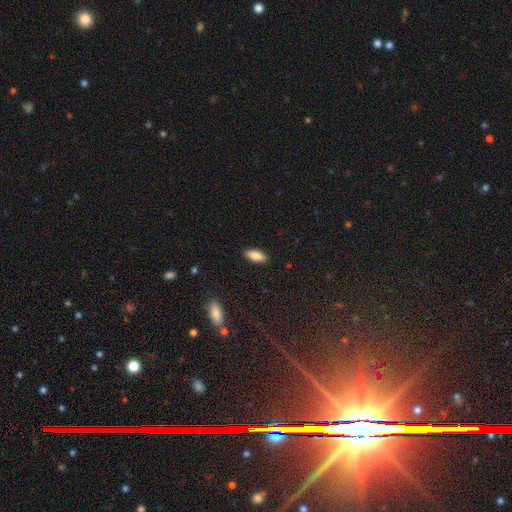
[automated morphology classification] This appears to be a smooth galaxy with no disk features (85%) that is in between round and cigar-shaped (79%). Merging: none (89%).